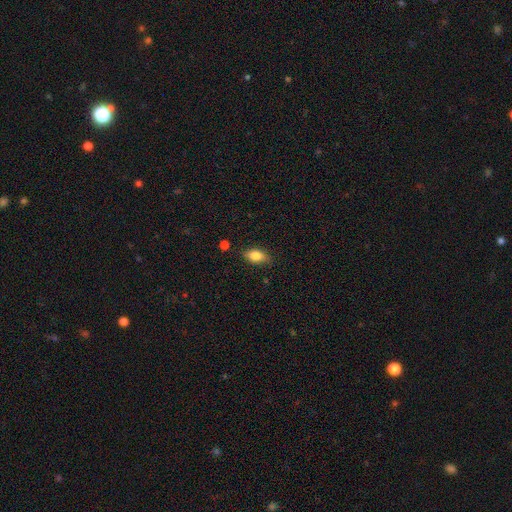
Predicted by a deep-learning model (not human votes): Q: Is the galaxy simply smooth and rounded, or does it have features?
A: smooth — 80%.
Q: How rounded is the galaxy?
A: in between — 86%.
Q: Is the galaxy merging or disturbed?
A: none — 83%.